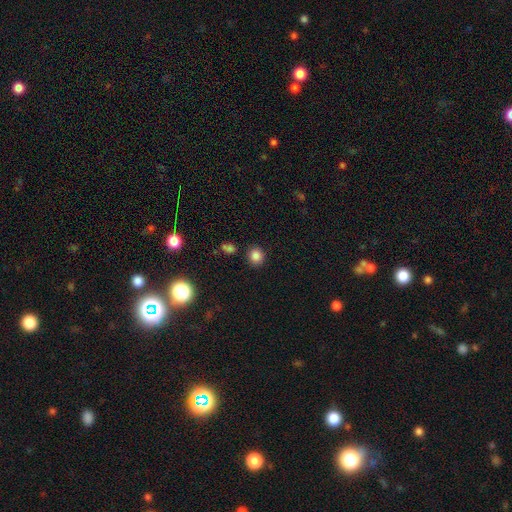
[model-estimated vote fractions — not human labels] Smooth or featured: smooth — 83% (star or artifact — 13%)
How rounded: round — 84% (in between — 15%)
Merging: none — 86% (minor disturbance — 8%)